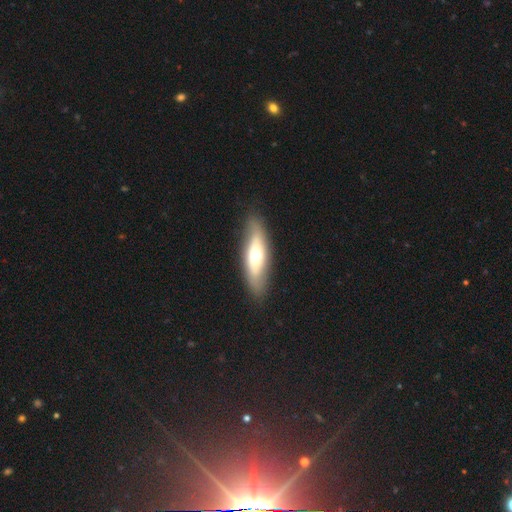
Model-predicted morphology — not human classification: Smooth or featured: smooth — 51% (featured or disk — 44%)
How rounded: in between — 53% (cigar-shaped — 45%)
Merging: none — 83% (minor disturbance — 13%)